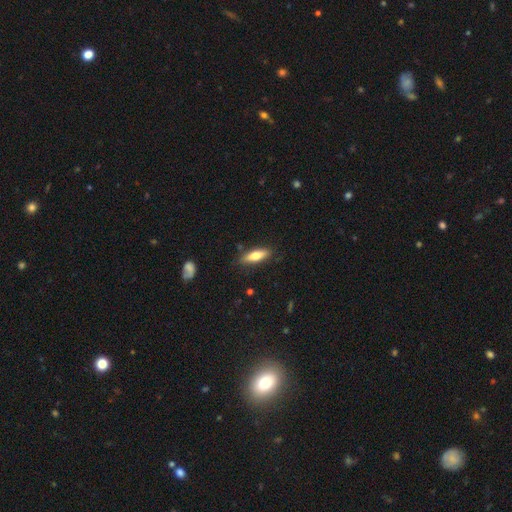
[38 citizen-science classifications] Smooth or featured?
  - smooth: 55% *
  - featured or disk: 42%
  - star or artifact: 3%
How rounded?
  - in between: 57% *
  - cigar-shaped: 38%
  - round: 5%
Merging?
  - none: 78% *
  - minor disturbance: 16%
  - major disturbance: 3%
  - merger: 3%